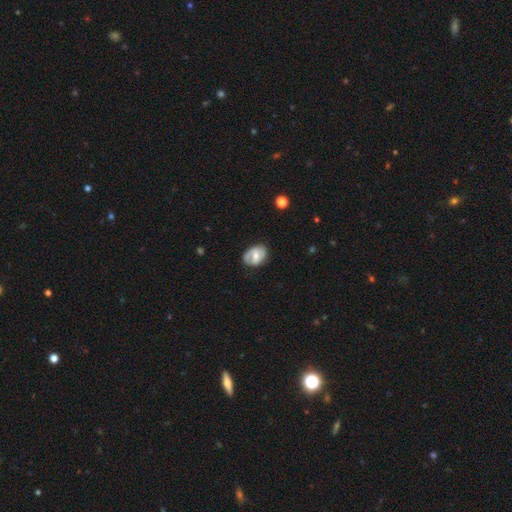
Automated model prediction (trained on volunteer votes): featured or disk 51%, smooth 42%, star or artifact 7%. Down the decision tree: edge-on disk — no (96%); merging — none (66%).